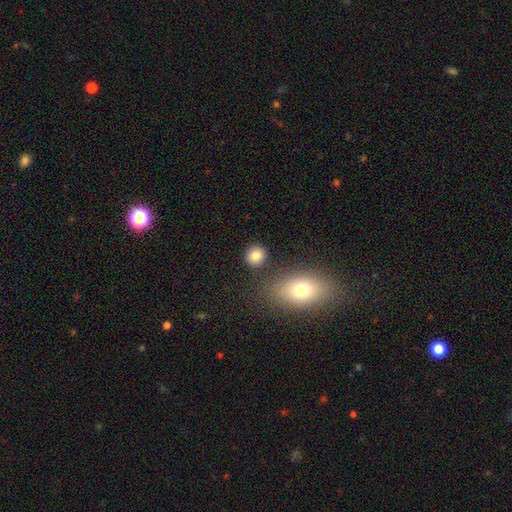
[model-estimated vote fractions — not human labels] The model was most divided on "how rounded": round: 82%, in between: 16%, cigar-shaped: 1%. More confident: smooth or featured — smooth (85%); merging — none (83%).